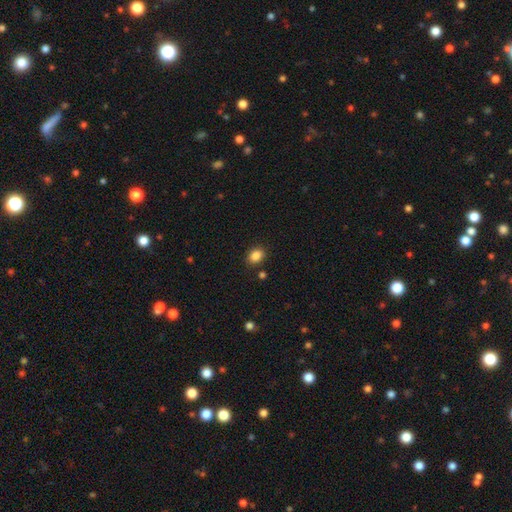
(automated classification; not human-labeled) Smooth or featured? Predicted: smooth (p=0.86). How rounded? Predicted: in between (p=0.59). Merging? Predicted: none (p=0.85).